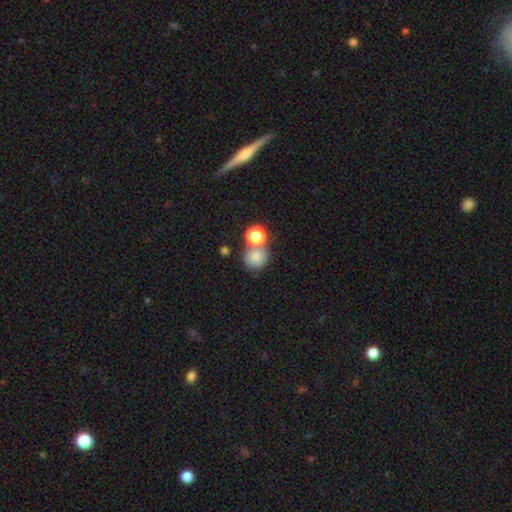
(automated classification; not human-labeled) Overall: smooth (75%). How rounded: round (85%). Merging: none (57%; merger 28%).